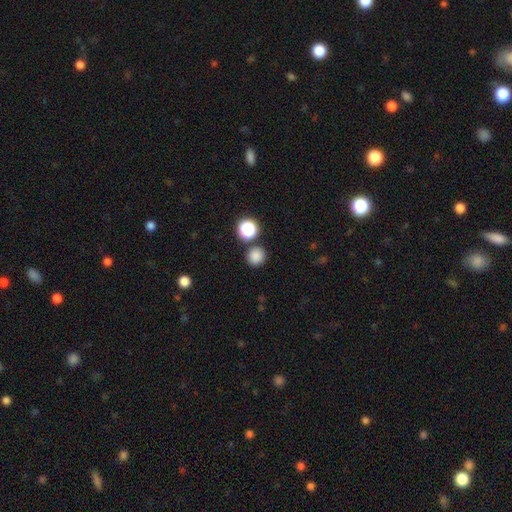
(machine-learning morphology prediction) This appears to be a smooth galaxy with no disk features (82%) that is round (92%). Merging: none (84%).